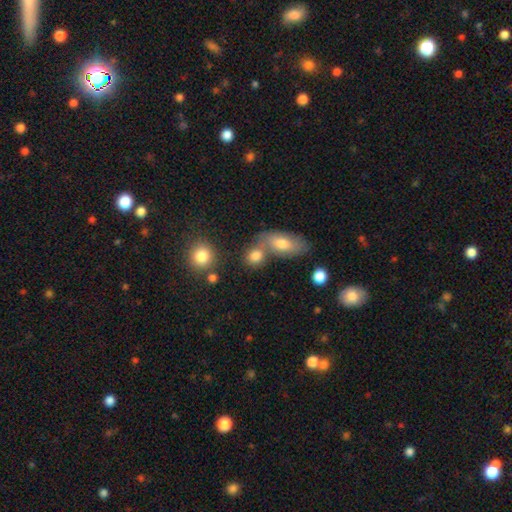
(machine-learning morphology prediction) Q: Smooth or featured?
A: smooth (80%); runner-up: star or artifact (10%)
Q: How rounded?
A: round (50%); runner-up: in between (47%)
Q: Merging?
A: none (45%); runner-up: merger (41%)